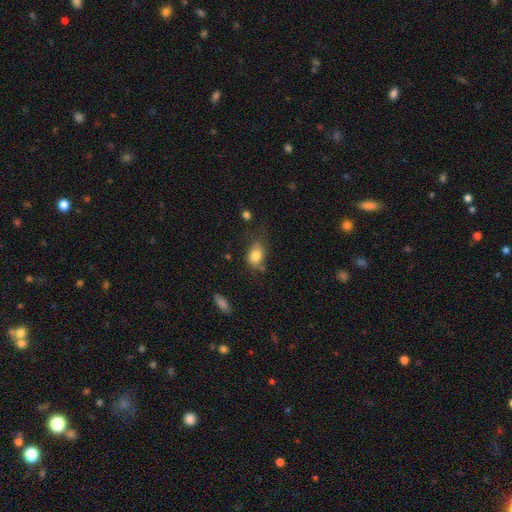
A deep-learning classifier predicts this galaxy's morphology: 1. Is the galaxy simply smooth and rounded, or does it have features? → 80% smooth, 11% featured or disk, 9% star or artifact.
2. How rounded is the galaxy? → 75% in between, 23% round, 2% cigar-shaped.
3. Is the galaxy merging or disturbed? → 52% none, 30% minor disturbance, 12% major disturbance, 5% merger.